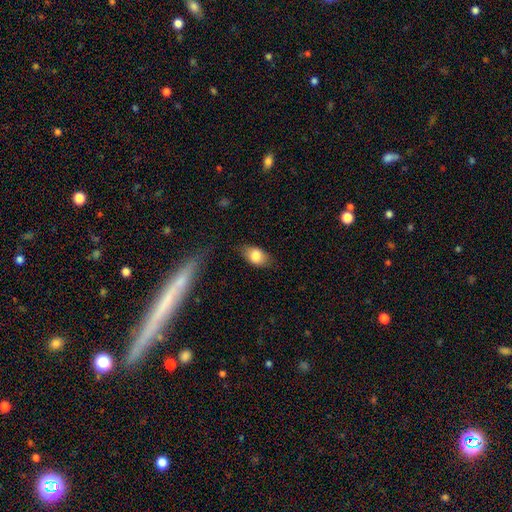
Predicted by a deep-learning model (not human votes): Smooth or featured? Predicted: smooth (p=0.81). How rounded? Predicted: in between (p=0.88). Merging? Predicted: none (p=0.78).